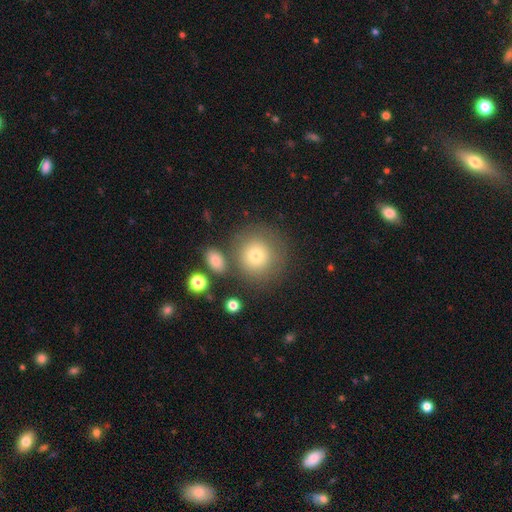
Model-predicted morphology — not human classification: A smooth galaxy with no disk features (75%) that is round (91%).

Vote fractions:
- Smooth or featured? smooth: 75% / featured or disk: 14% / star or artifact: 11%
- How rounded? round: 91% / in between: 8% / cigar-shaped: 1%
- Merging? none: 73% / minor disturbance: 12% / merger: 9% / major disturbance: 6%